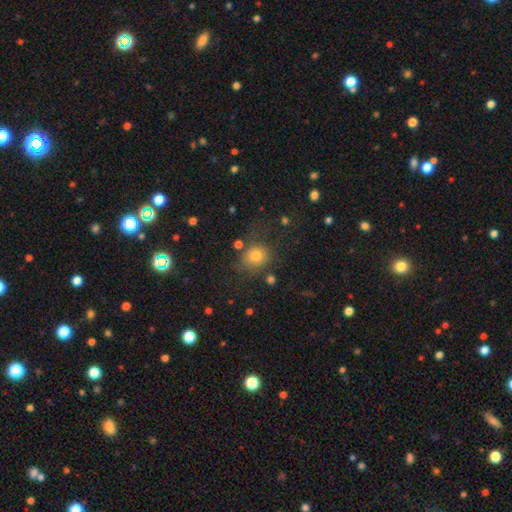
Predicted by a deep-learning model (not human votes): This appears to be a smooth galaxy with no disk features (76%) that is round (73%). Merging: none (67%).